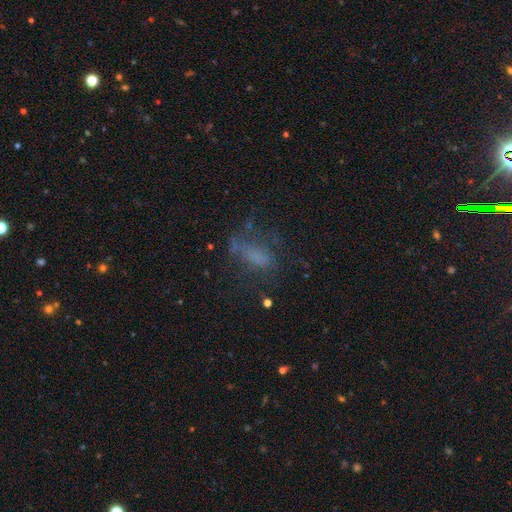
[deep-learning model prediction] This is possibly a smooth galaxy (46%). Merging: marginally none (45%).